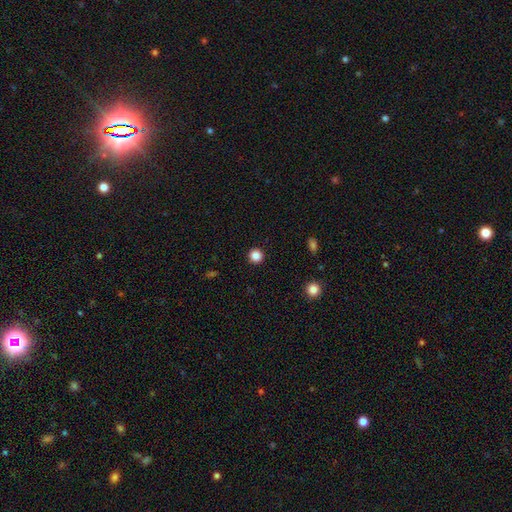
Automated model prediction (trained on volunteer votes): A smooth galaxy with no disk features (85%) that is round (95%). Merging: none (93%).